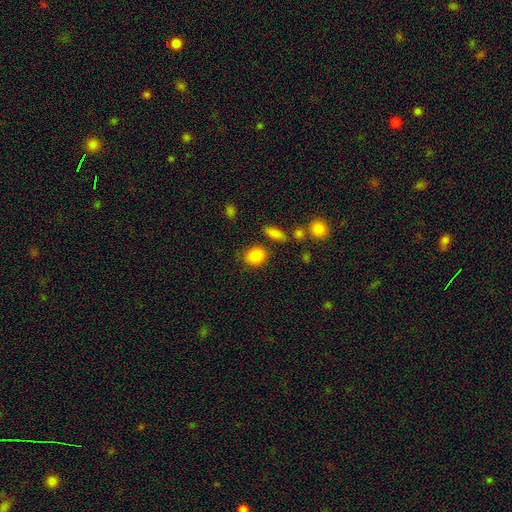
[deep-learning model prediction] Smooth or featured? smooth (85%)
How rounded? round (67%)
Merging? none (79%)